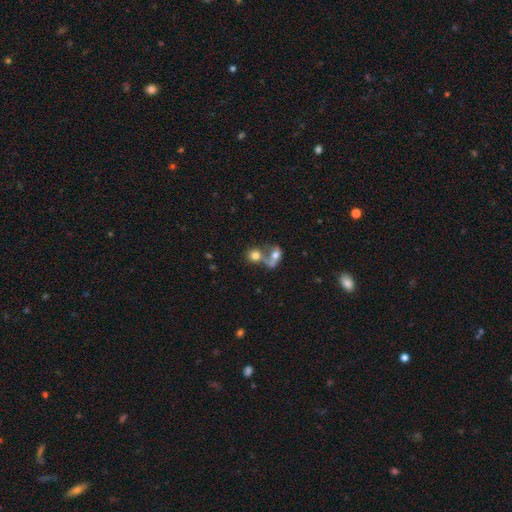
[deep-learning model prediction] The model was most divided on "merging": merger: 59%, none: 28%, minor disturbance: 7%, major disturbance: 6%. More confident: smooth or featured — smooth (73%); how rounded — round (72%).